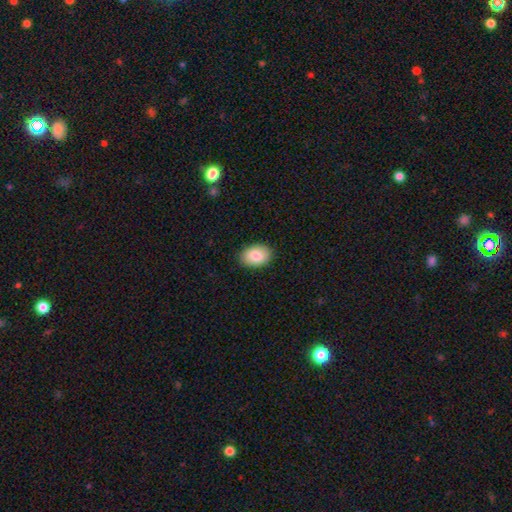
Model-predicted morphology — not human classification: The model was most divided on "how rounded": in between: 85%, round: 14%, cigar-shaped: 1%. More confident: merging — none (89%); smooth or featured — smooth (85%).